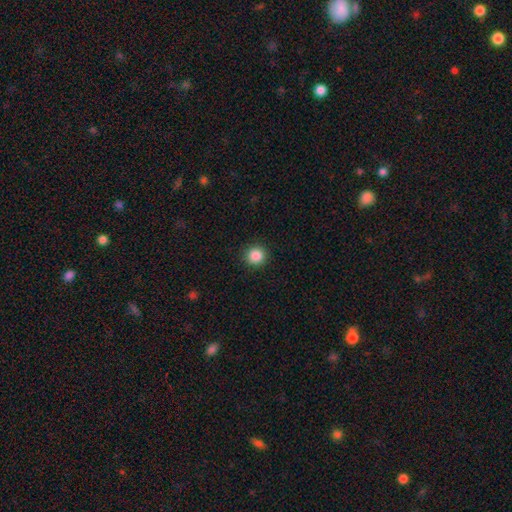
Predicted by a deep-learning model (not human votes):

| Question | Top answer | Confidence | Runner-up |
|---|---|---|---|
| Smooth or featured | smooth | 87% | star or artifact (10%) |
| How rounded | round | 94% | in between (6%) |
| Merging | none | 92% | minor disturbance (5%) |